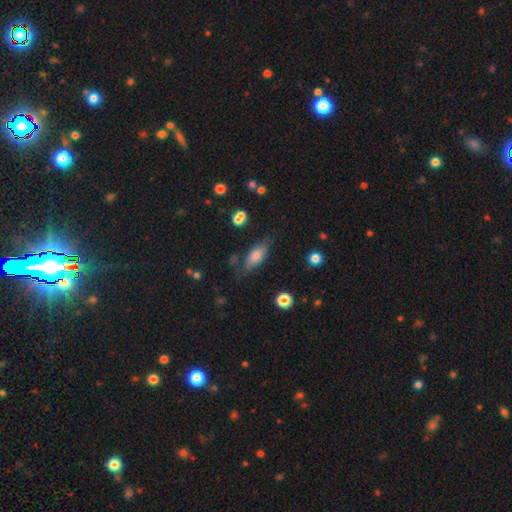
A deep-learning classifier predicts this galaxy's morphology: type=smooth (71%); roundness=in between (76%); merging=none (66%).